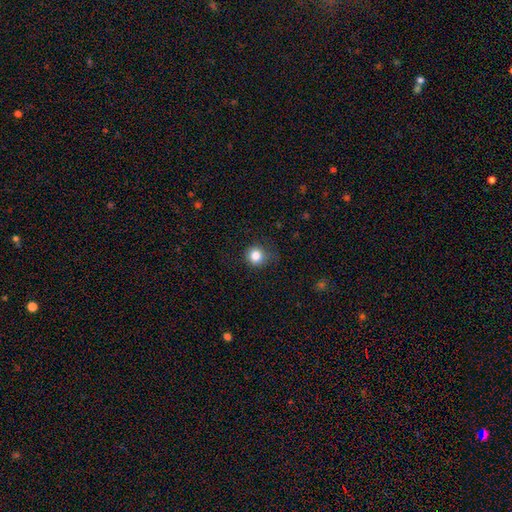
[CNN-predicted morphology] A smooth galaxy with no disk features (83%) that is round (90%). Merging: none (75%).